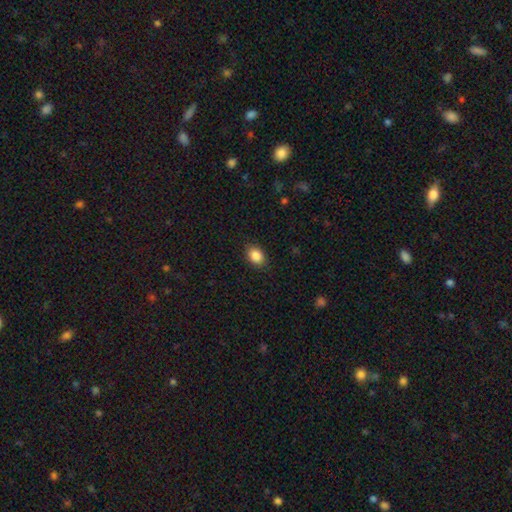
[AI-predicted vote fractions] A smooth galaxy with no disk features (88%) that is in between round and cigar-shaped (75%). Merging: none (87%).